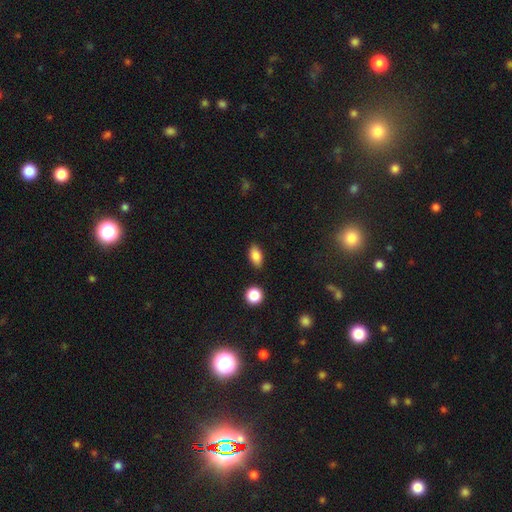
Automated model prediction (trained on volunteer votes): This appears to be a smooth galaxy with no disk features (85%) that is in between round and cigar-shaped (88%). Merging: none (86%).